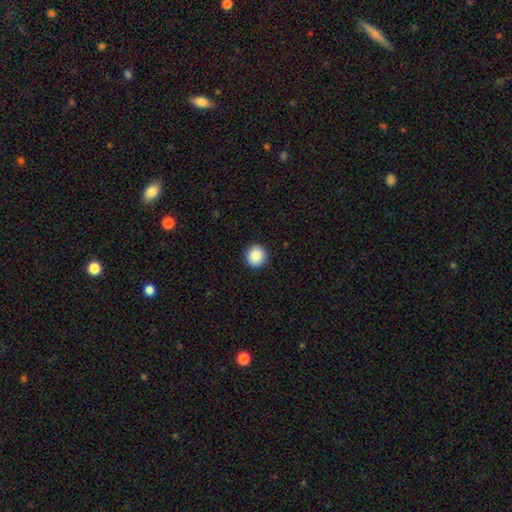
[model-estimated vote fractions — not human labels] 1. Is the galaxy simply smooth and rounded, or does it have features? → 88% smooth, 8% star or artifact, 3% featured or disk.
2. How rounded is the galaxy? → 94% round, 5% in between, 1% cigar-shaped.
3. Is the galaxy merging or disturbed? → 92% none, 5% minor disturbance, 2% major disturbance, 1% merger.